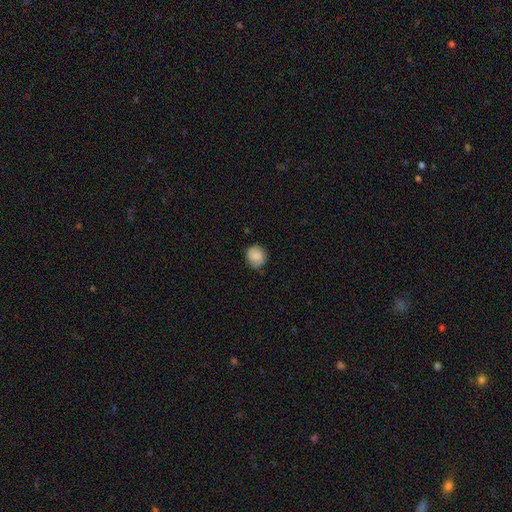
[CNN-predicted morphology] Smooth or featured? Predicted: smooth (p=0.78). How rounded? Predicted: round (p=0.84). Merging? Predicted: none (p=0.81).